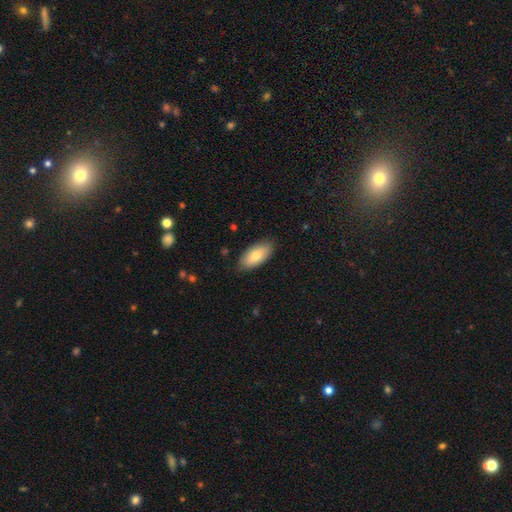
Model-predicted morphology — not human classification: smooth_or_featured: smooth (p=0.77) [alt: featured or disk p=0.17]
how_rounded: in between (p=0.92) [alt: cigar-shaped p=0.06]
merging: none (p=0.84) [alt: minor disturbance p=0.13]